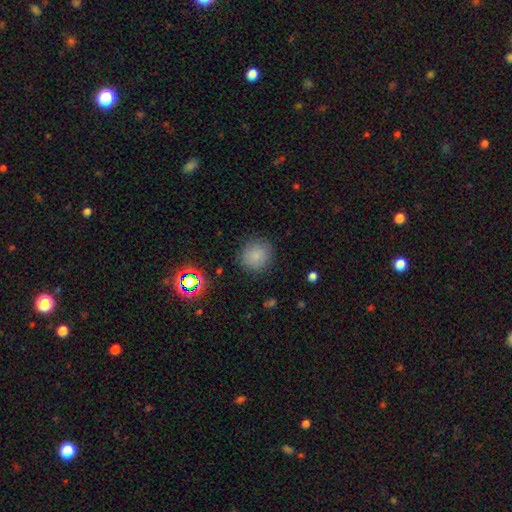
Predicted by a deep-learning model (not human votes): smooth-or-featured: smooth: 82% | star or artifact: 12% | featured or disk: 5%
  how-rounded: round: 90% | in between: 10% | cigar-shaped: 1%
  merging: none: 87% | minor disturbance: 9% | major disturbance: 3% | merger: 1%